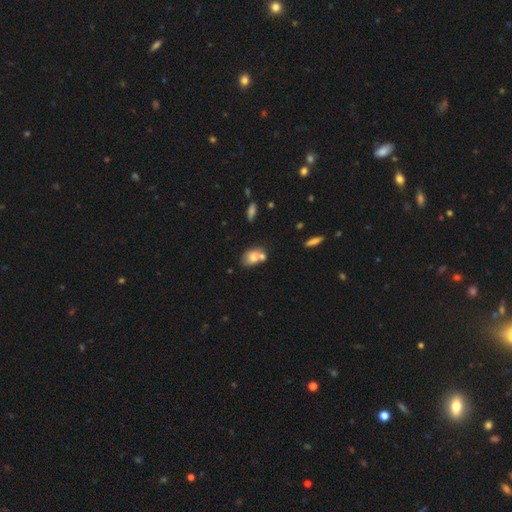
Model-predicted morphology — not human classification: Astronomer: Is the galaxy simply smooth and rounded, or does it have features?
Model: smooth — 72%.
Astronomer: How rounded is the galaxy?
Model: in between — 79%.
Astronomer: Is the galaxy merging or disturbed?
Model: none — 41% (runner-up: merger, 40%).